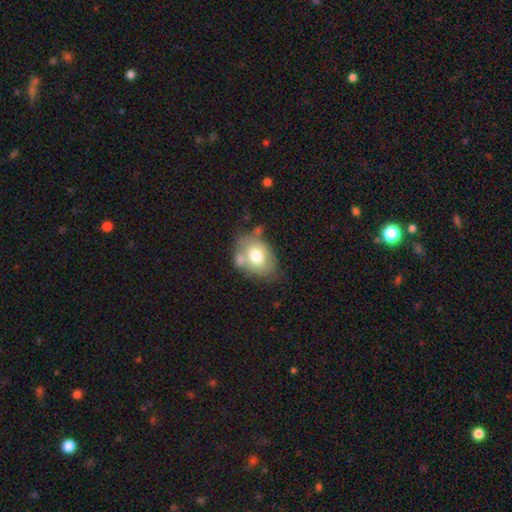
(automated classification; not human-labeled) This appears to be a smooth galaxy with no disk features (66%) that is in between round and cigar-shaped (73%). Merging: none (50%).